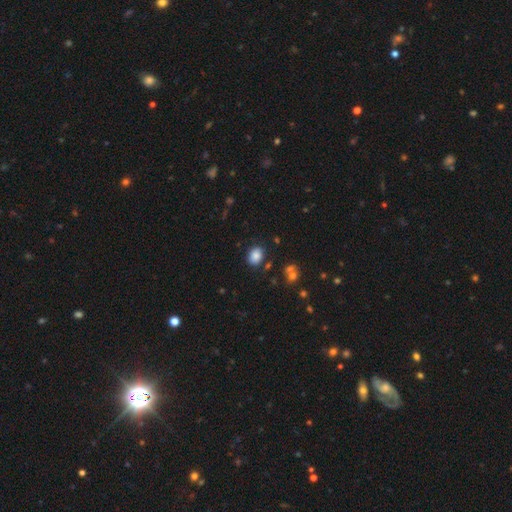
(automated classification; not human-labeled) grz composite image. It shows a smooth galaxy with no disk features (85%) that is in between round and cigar-shaped (60%). Merging: none (82%).